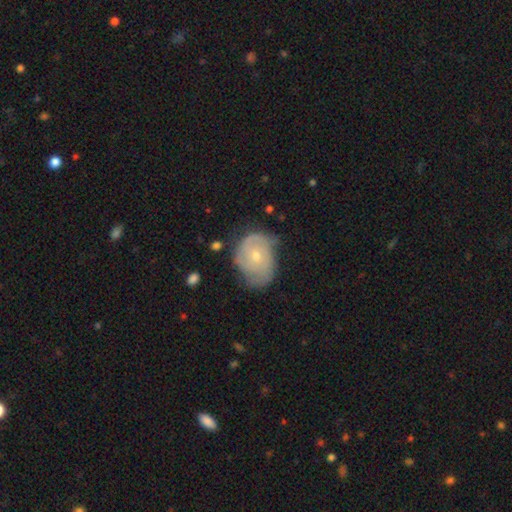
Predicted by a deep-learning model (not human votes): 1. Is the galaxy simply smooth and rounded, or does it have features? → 66% featured or disk, 28% smooth, 7% star or artifact.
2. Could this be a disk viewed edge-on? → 97% no, 3% yes.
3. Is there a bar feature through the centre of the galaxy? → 79% no, 18% weak, 3% strong.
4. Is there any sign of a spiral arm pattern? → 82% yes, 18% no.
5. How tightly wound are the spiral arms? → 57% tight, 32% medium, 12% loose.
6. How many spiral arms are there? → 35% 2, 34% can't tell, 16% 3, 7% 1, 4% 4, 3% more than 4.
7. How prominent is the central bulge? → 62% small, 35% moderate, 1% none, 1% large, 1% dominant.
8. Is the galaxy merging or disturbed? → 49% none, 35% minor disturbance, 14% major disturbance, 2% merger.